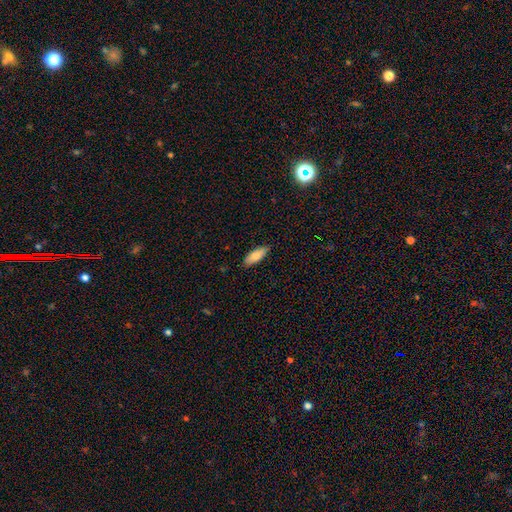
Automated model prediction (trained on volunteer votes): smooth 81%, featured or disk 13%, star or artifact 6%. Down the decision tree: how rounded — in between (71%); merging — none (86%).